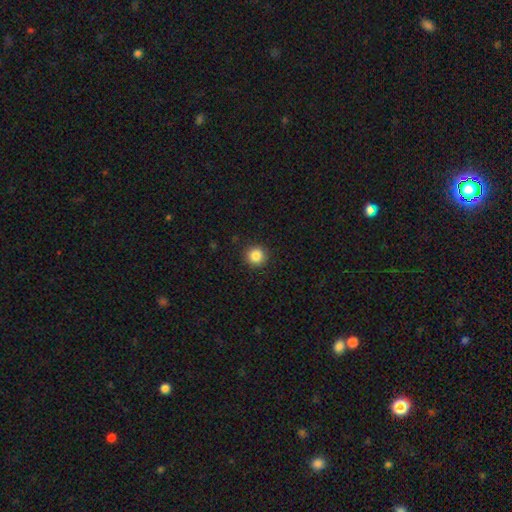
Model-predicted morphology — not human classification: smooth_or_featured: smooth (p=0.86) [alt: star or artifact p=0.10]
how_rounded: round (p=0.94) [alt: in between p=0.05]
merging: none (p=0.92) [alt: minor disturbance p=0.05]